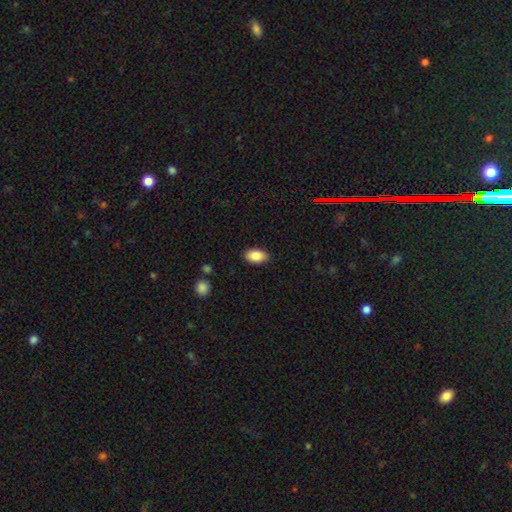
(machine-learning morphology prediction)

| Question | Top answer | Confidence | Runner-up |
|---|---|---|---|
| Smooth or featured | smooth | 87% | star or artifact (7%) |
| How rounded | in between | 92% | round (6%) |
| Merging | none | 87% | minor disturbance (10%) |